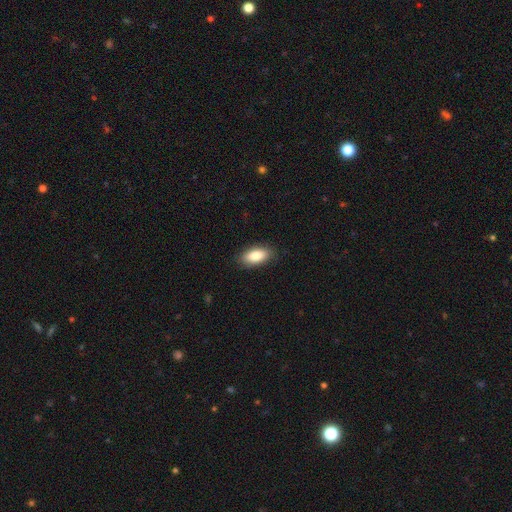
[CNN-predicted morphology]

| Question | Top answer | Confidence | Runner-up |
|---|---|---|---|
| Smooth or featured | smooth | 86% | featured or disk (8%) |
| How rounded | in between | 90% | cigar-shaped (8%) |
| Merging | none | 87% | minor disturbance (10%) |